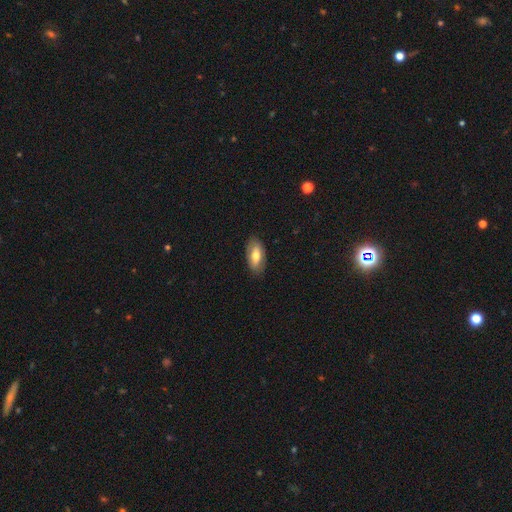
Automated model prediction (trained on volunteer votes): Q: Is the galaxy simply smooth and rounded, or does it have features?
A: smooth — 66%.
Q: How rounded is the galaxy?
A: in between — 90%.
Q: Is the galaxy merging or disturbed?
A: none — 85%.